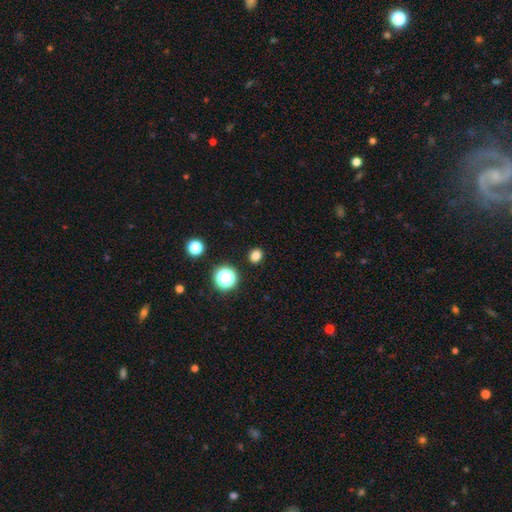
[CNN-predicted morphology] The model was most divided on "how rounded": round: 75%, in between: 24%, cigar-shaped: 1%. More confident: merging — none (91%); smooth or featured — smooth (80%).